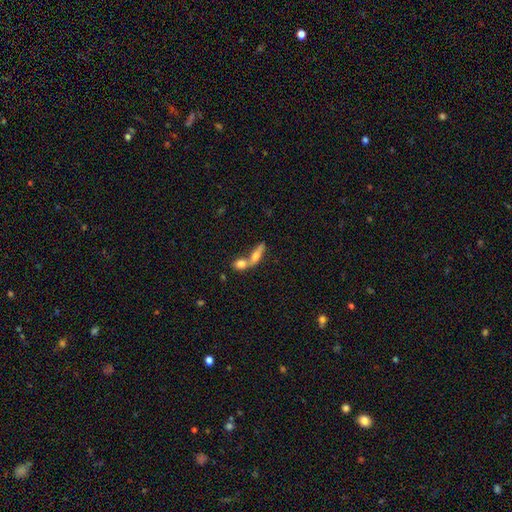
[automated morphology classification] Overall: smooth (62%; featured or disk 29%). How rounded: in between (48%; cigar-shaped 44%). Merging: merger (62%; none 27%).